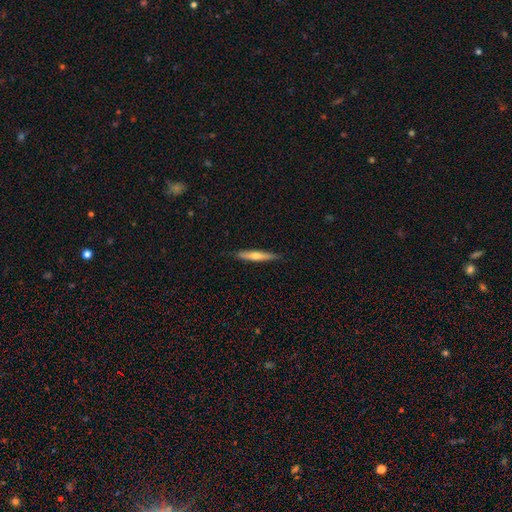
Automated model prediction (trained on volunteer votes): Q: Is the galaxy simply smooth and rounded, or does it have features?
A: smooth — 49%.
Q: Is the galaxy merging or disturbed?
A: none — 87%.